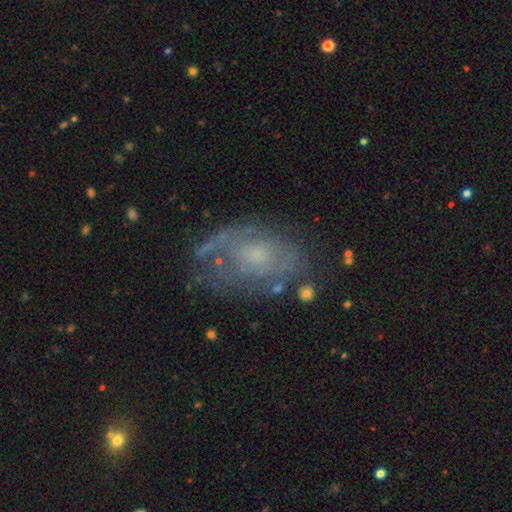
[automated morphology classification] Smooth or featured?
  - featured or disk: 64% *
  - smooth: 26%
  - star or artifact: 10%
Edge-on disk?
  - no: 95% *
  - yes: 5%
Bar?
  - no: 78% *
  - weak: 19%
  - strong: 3%
Spiral arms?
  - yes: 54% *
  - no: 46%
Bulge size?
  - small: 47% *
  - moderate: 34%
  - none: 14%
  - large: 4%
  - dominant: 1%
Merging?
  - none: 57% *
  - minor disturbance: 23%
  - major disturbance: 16%
  - merger: 4%